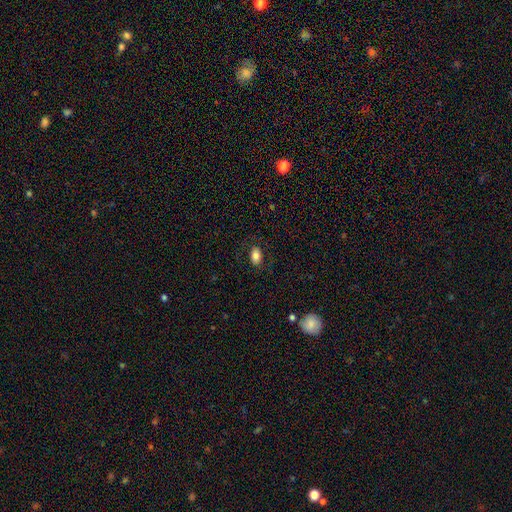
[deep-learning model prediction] The model was most divided on "smooth or featured": smooth: 80%, featured or disk: 12%, star or artifact: 8%. More confident: how rounded — in between (87%); merging — none (82%).